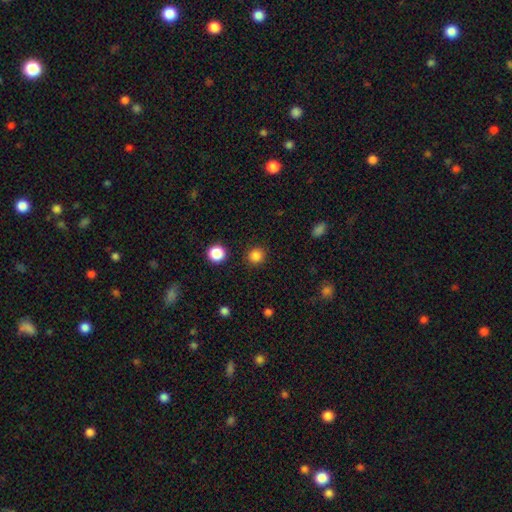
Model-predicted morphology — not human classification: smooth_or_featured: smooth (p=0.84) [alt: star or artifact p=0.13]
how_rounded: round (p=0.91) [alt: in between p=0.08]
merging: none (p=0.90) [alt: minor disturbance p=0.06]